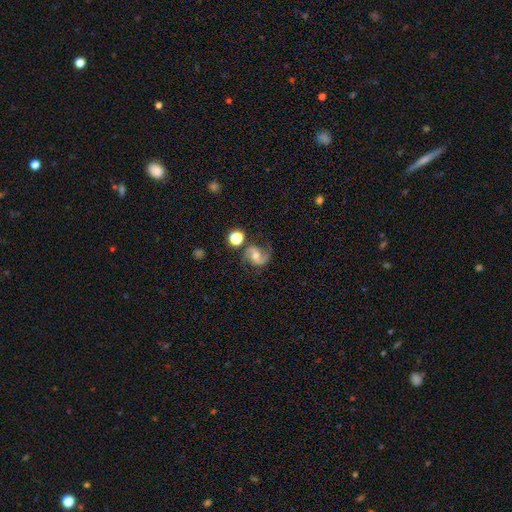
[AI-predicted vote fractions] Morphology: type=featured or disk (75%); edge-on=no (98%); bar=no (44%); spiral arms=yes (94%); winding=medium (46%); arm count=2 (84%); bulge=moderate (66%); merging=none (65%).